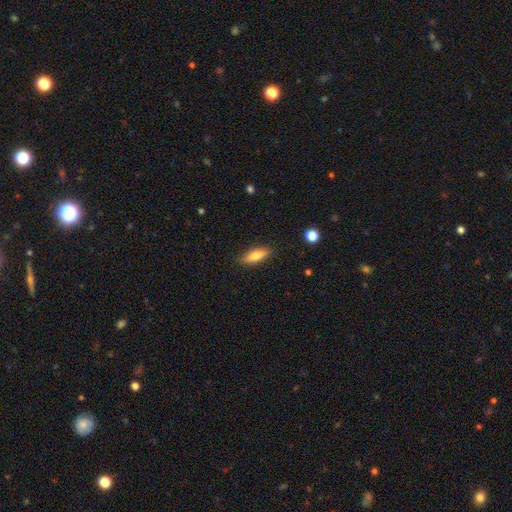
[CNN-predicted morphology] A smooth galaxy with no disk features (71%) that is in between round and cigar-shaped (55%).

Vote fractions:
- Smooth or featured? smooth: 71% / featured or disk: 22% / star or artifact: 7%
- How rounded? in between: 55% / cigar-shaped: 43% / round: 2%
- Merging? none: 86% / minor disturbance: 11% / major disturbance: 2% / merger: 1%